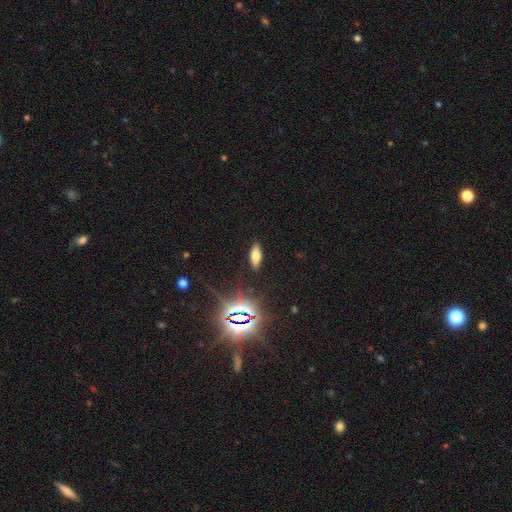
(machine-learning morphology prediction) smooth-or-featured: smooth: 60% | featured or disk: 20% | star or artifact: 20%
  how-rounded: in between: 69% | cigar-shaped: 27% | round: 4%
  merging: none: 89% | minor disturbance: 8% | major disturbance: 2% | merger: 1%